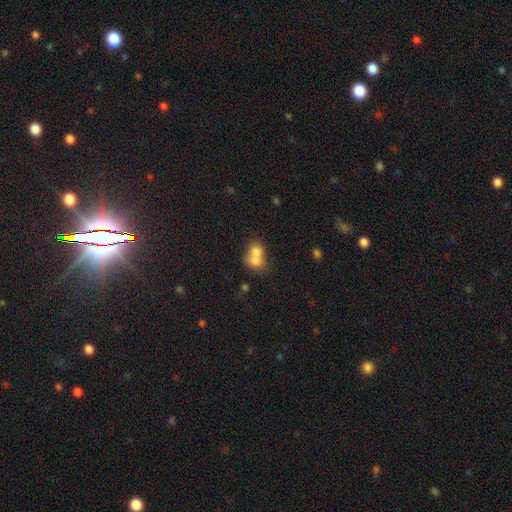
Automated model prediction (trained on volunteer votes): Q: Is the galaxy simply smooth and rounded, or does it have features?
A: smooth — 71%.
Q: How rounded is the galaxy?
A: round — 62%.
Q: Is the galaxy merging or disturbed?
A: merger — 74%.